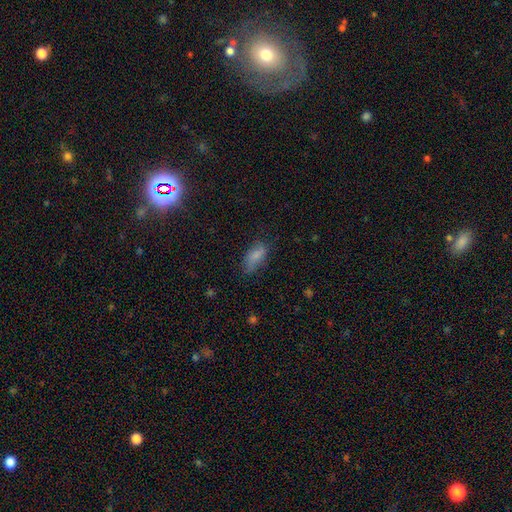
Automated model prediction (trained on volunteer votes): A smooth galaxy with no disk features (78%) that is in between round and cigar-shaped (86%). Merging: none (60%).